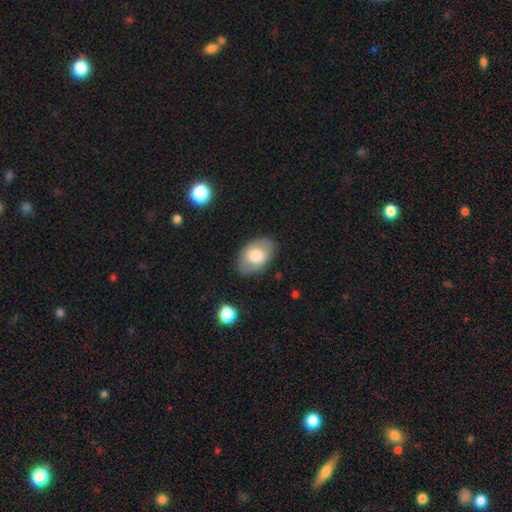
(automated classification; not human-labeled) Q: Smooth or featured?
A: smooth (67%); runner-up: featured or disk (26%)
Q: How rounded?
A: in between (88%); runner-up: round (11%)
Q: Merging?
A: none (82%); runner-up: minor disturbance (13%)